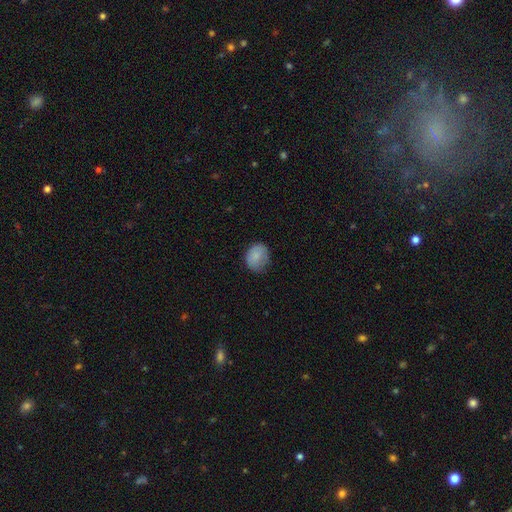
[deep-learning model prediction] Smooth or featured: smooth — 84% (featured or disk — 9%)
How rounded: round — 60% (in between — 40%)
Merging: none — 65% (minor disturbance — 27%)